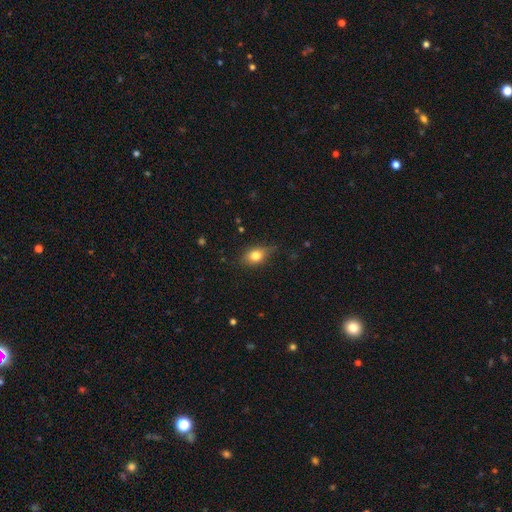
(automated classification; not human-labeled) Smooth or featured? Predicted: smooth (p=0.76). How rounded? Predicted: in between (p=0.71). Merging? Predicted: none (p=0.69).